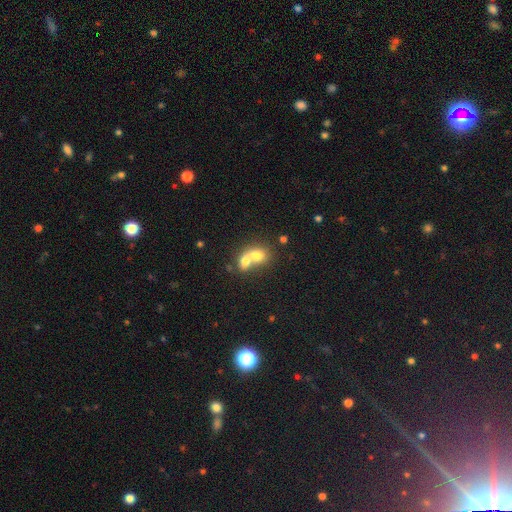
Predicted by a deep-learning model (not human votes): A smooth galaxy with no disk features (71%) that is in between round and cigar-shaped (49%, tied with round). Merging: merger (76%).